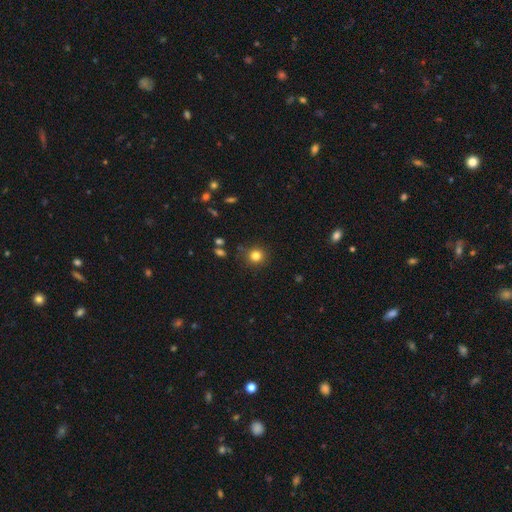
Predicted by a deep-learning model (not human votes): Overall: smooth (82%). How rounded: round (91%). Merging: none (86%).